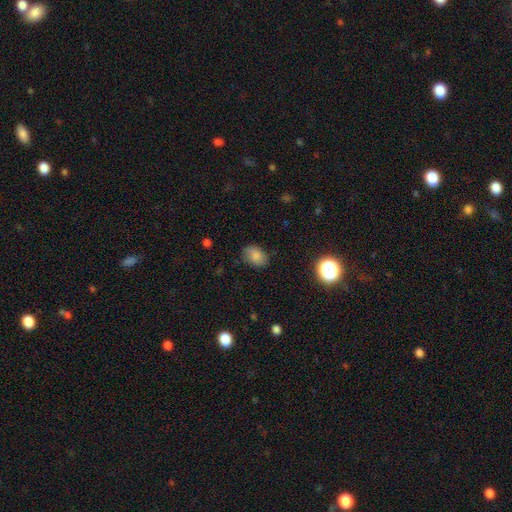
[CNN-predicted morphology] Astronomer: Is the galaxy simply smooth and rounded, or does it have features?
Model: smooth — 81%.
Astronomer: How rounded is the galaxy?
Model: in between — 77%.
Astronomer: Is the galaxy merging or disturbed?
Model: none — 74%.